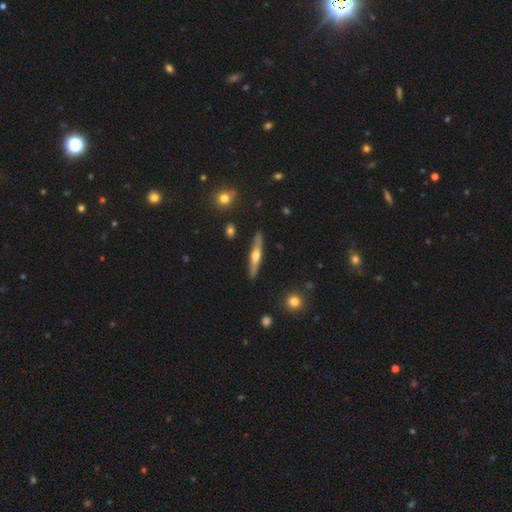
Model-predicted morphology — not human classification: Q: Smooth or featured?
A: featured or disk (60%); runner-up: smooth (34%)
Q: Edge-on disk?
A: yes (95%); runner-up: no (5%)
Q: Edge-on bulge?
A: rounded (88%); runner-up: none (6%)
Q: Merging?
A: none (88%); runner-up: minor disturbance (9%)